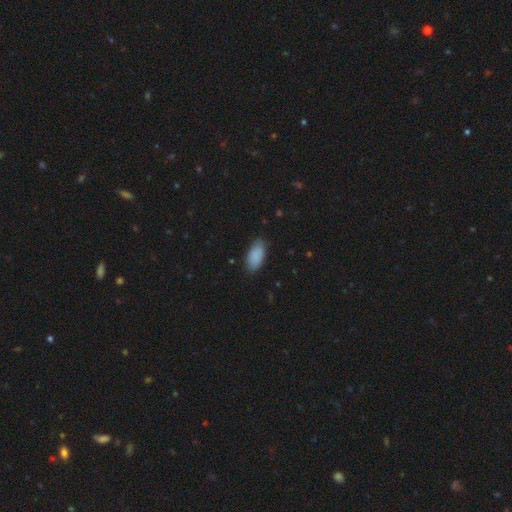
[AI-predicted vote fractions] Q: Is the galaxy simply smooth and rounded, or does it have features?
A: smooth — 89%.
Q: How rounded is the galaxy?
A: in between — 92%.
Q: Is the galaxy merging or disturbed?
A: none — 81%.